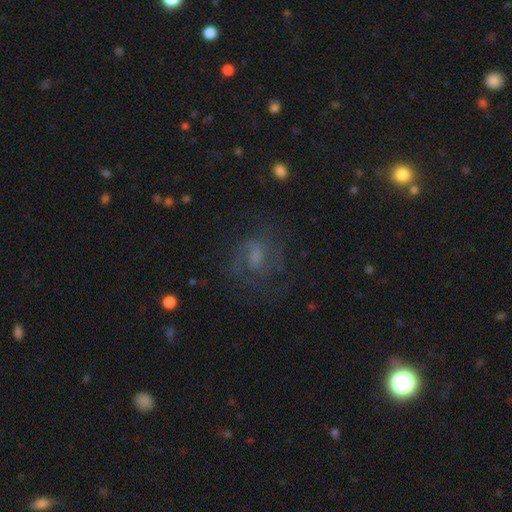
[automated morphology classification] A featured or disk galaxy (62%) with a weak bar (47%), 2 (48%) medium (52%) spiral arms (87%) and a moderate central bulge (36%).

Vote fractions:
- Smooth or featured? featured or disk: 62% / smooth: 23% / star or artifact: 15%
- Edge-on disk? no: 97% / yes: 3%
- Bar? weak: 47% / no: 43% / strong: 9%
- Spiral arms? yes: 87% / no: 13%
- Spiral winding? medium: 52% / tight: 29% / loose: 19%
- Spiral arm count? 2: 48% / can't tell: 28% / 3: 11% / 1: 6% / 4: 4% / more than 4: 3%
- Bulge size? moderate: 36% / small: 30% / none: 23% / large: 10% / dominant: 2%
- Merging? none: 66% / minor disturbance: 17% / major disturbance: 16% / merger: 2%